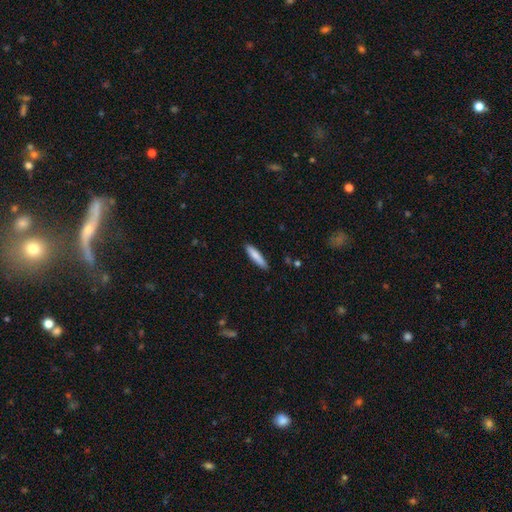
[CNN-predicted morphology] smooth-or-featured: smooth: 82% | featured or disk: 12% | star or artifact: 6%
  how-rounded: cigar-shaped: 83% | in between: 16% | round: 1%
  merging: none: 88% | minor disturbance: 9% | major disturbance: 2% | merger: 1%